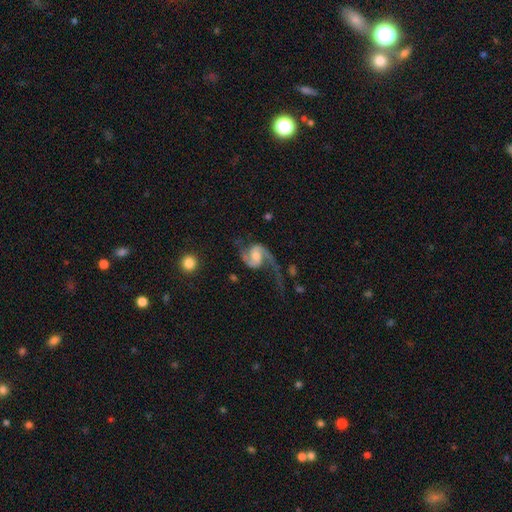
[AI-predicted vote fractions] A featured or disk galaxy (91%) with a weak bar (44%), 2 (91%) loose (50%) spiral arms (98%) and a moderate central bulge (51%). Merging: none (52%).